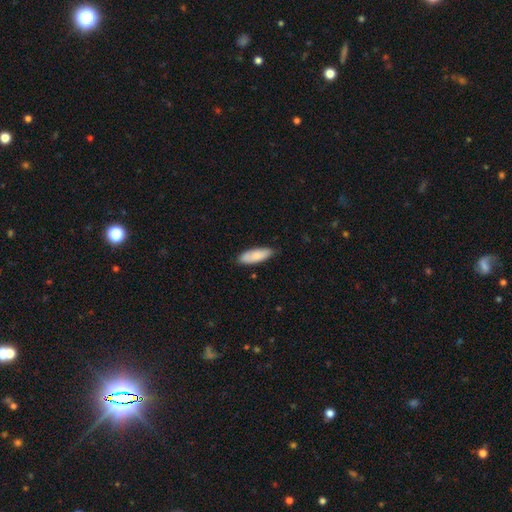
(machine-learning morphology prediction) A smooth galaxy with no disk features (83%) that is in between round and cigar-shaped (63%).

Vote fractions:
- Smooth or featured? smooth: 83% / featured or disk: 12% / star or artifact: 5%
- How rounded? in between: 63% / cigar-shaped: 35% / round: 2%
- Merging? none: 81% / minor disturbance: 16% / major disturbance: 2% / merger: 1%